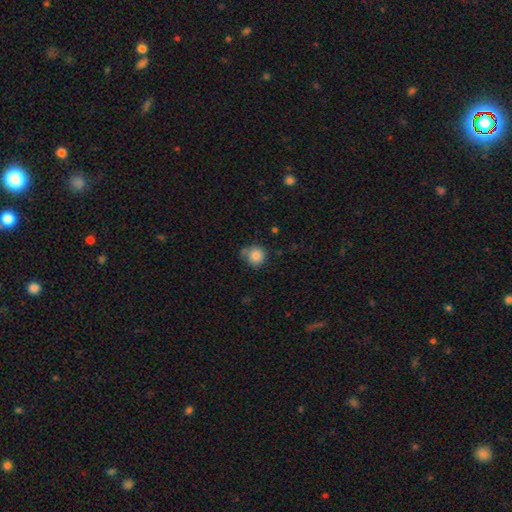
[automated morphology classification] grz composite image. It shows a smooth galaxy with no disk features (85%) that is round (91%). Merging: none (68%).